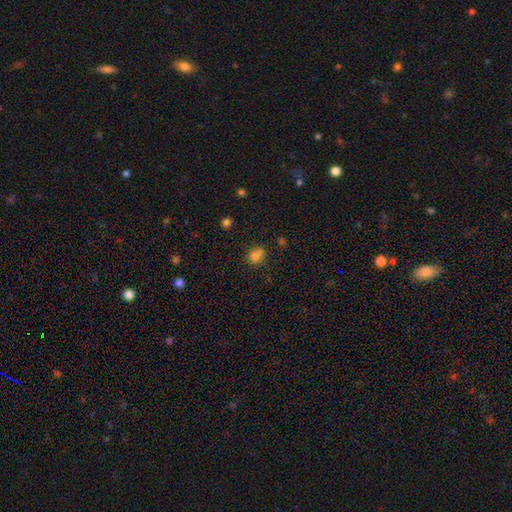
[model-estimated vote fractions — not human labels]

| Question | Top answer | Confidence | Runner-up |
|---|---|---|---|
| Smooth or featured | smooth | 75% | star or artifact (16%) |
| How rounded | round | 59% | in between (40%) |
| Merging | none | 50% | minor disturbance (22%) |